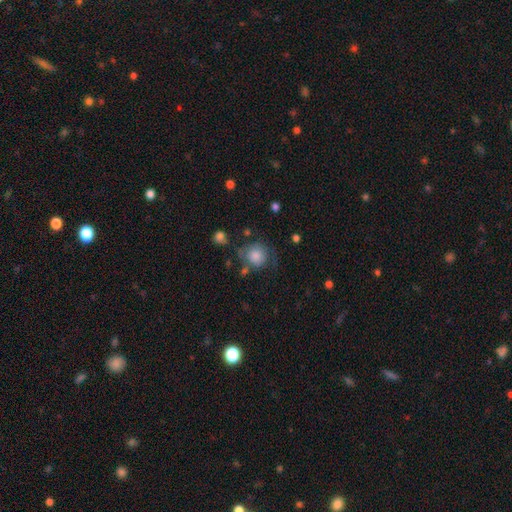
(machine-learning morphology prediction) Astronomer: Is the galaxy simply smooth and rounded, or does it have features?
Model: smooth — 77%.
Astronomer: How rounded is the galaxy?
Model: round — 80%.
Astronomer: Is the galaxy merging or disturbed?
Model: none — 51%.